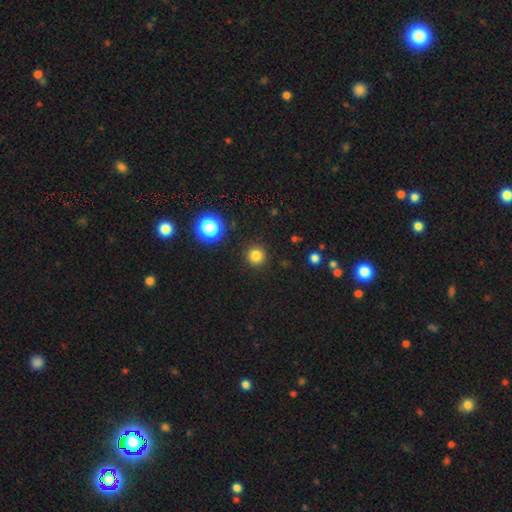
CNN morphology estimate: Smooth or featured: smooth — 81% (star or artifact — 15%)
How rounded: round — 95% (in between — 4%)
Merging: none — 91% (minor disturbance — 5%)